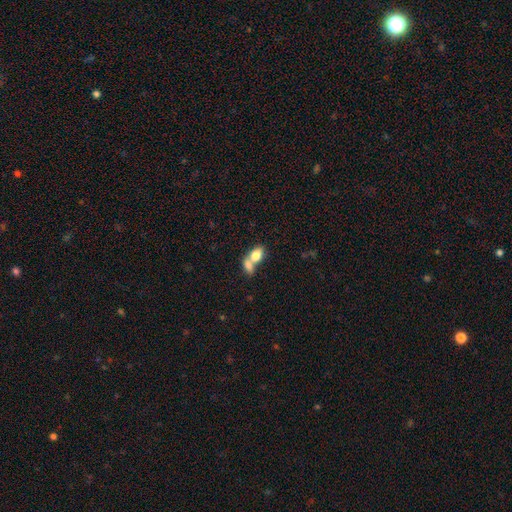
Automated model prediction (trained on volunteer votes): This appears to be a smooth galaxy with no disk features (76%) that is in between round and cigar-shaped (82%). Merging: merger (71%).